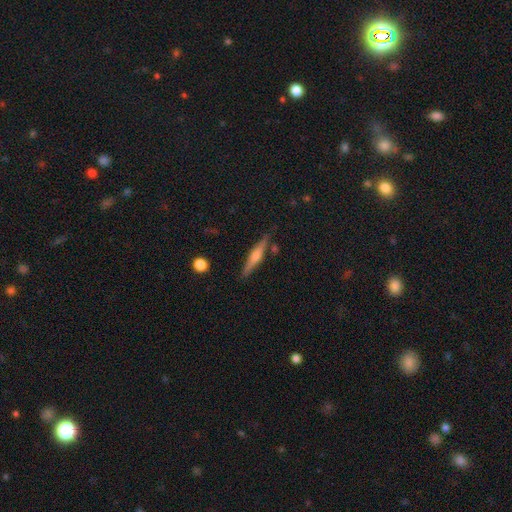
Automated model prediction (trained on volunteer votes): Smooth or featured? featured or disk (66%)
Edge-on disk? yes (97%)
Edge-on bulge? rounded (79%)
Merging? none (87%)